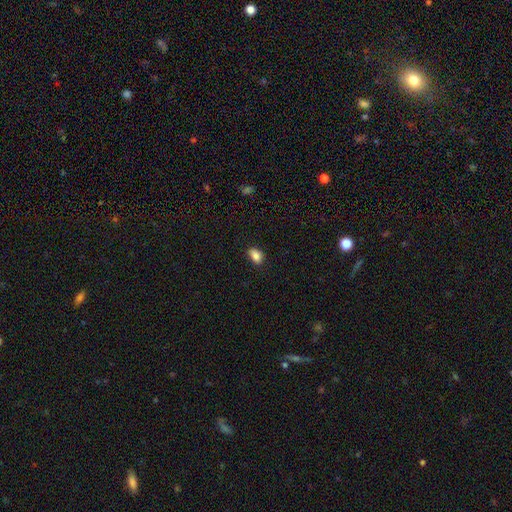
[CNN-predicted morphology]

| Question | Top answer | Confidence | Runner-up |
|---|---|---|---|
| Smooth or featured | smooth | 86% | star or artifact (9%) |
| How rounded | in between | 85% | round (14%) |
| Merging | none | 82% | minor disturbance (14%) |